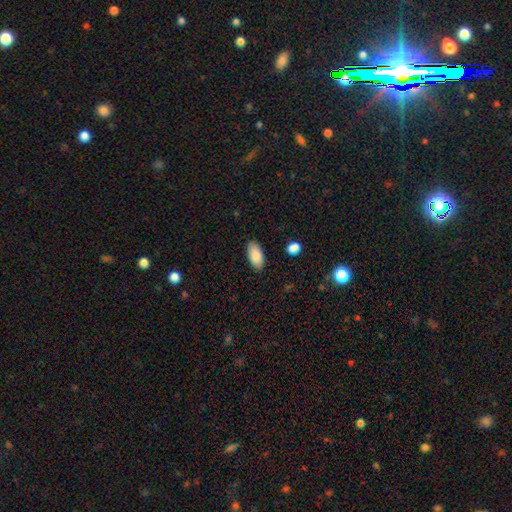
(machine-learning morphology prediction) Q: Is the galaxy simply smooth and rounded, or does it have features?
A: smooth — 87%.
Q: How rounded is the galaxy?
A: in between — 93%.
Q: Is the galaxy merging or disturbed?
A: none — 86%.